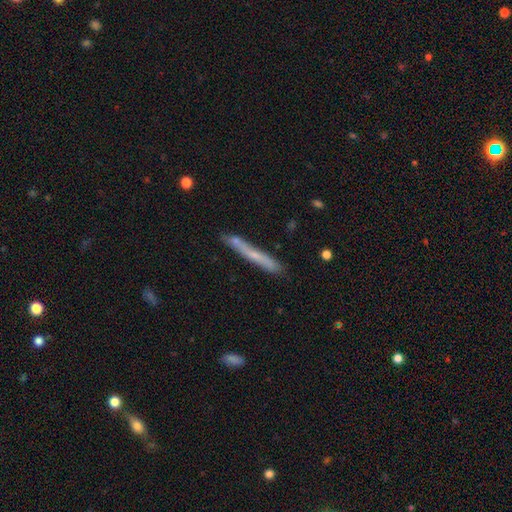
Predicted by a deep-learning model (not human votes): The model was most divided on "smooth or featured": smooth: 52%, featured or disk: 41%, star or artifact: 7%. More confident: how rounded — cigar-shaped (96%); merging — none (75%).